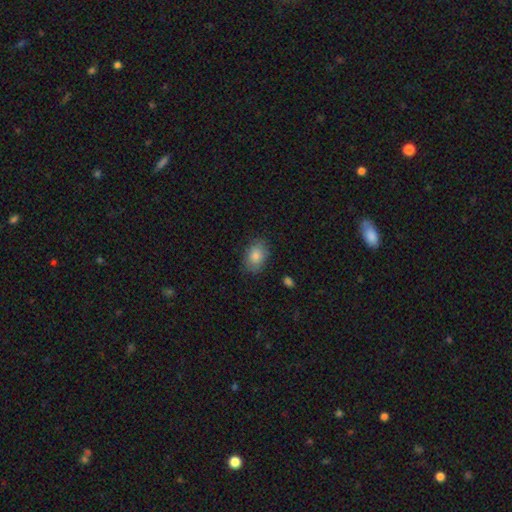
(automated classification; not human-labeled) A smooth galaxy with no disk features (83%) that is in between round and cigar-shaped (82%).

Vote fractions:
- Smooth or featured? smooth: 83% / star or artifact: 9% / featured or disk: 8%
- How rounded? in between: 82% / round: 17% / cigar-shaped: 1%
- Merging? none: 84% / minor disturbance: 12% / major disturbance: 3% / merger: 1%